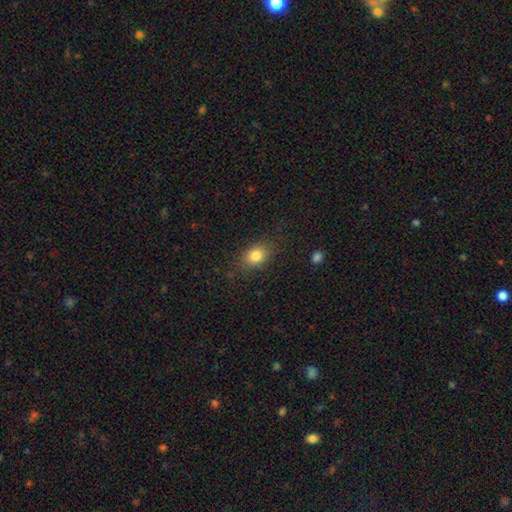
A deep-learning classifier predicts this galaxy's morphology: Smooth or featured? smooth (82%)
How rounded? in between (68%)
Merging? none (82%)